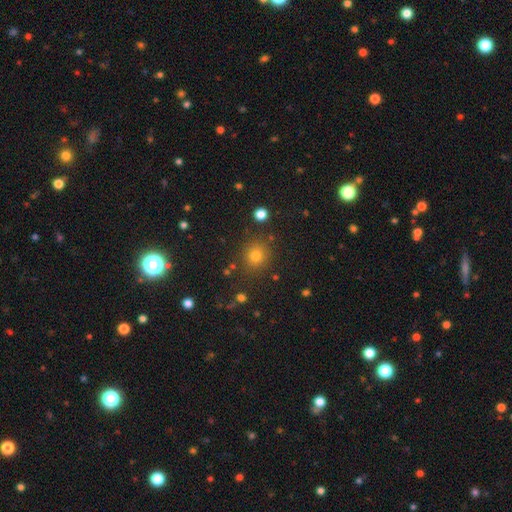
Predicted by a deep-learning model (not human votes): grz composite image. It shows a smooth galaxy with no disk features (74%) that is round (87%). Merging: none (85%).